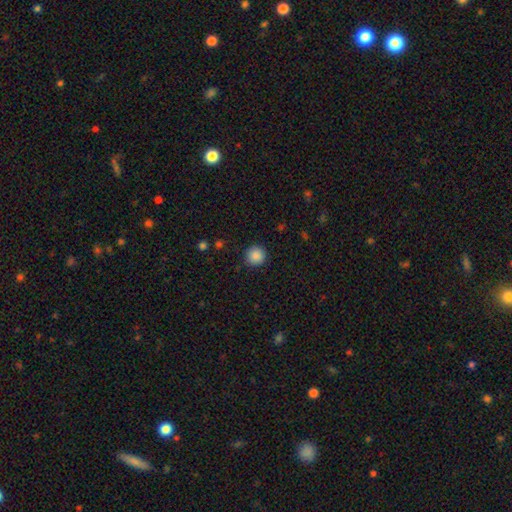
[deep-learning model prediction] This appears to be a smooth galaxy with no disk features (88%) that is round (94%). Merging: none (89%).